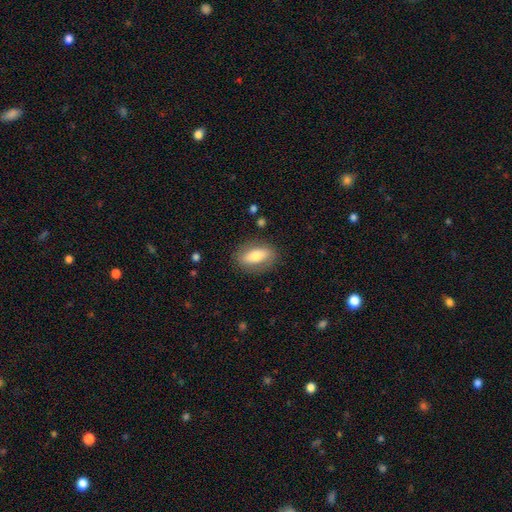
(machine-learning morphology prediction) Smooth or featured?
  - smooth: 67% *
  - featured or disk: 26%
  - star or artifact: 6%
How rounded?
  - in between: 83% *
  - cigar-shaped: 11%
  - round: 7%
Merging?
  - none: 83% *
  - minor disturbance: 12%
  - major disturbance: 4%
  - merger: 1%